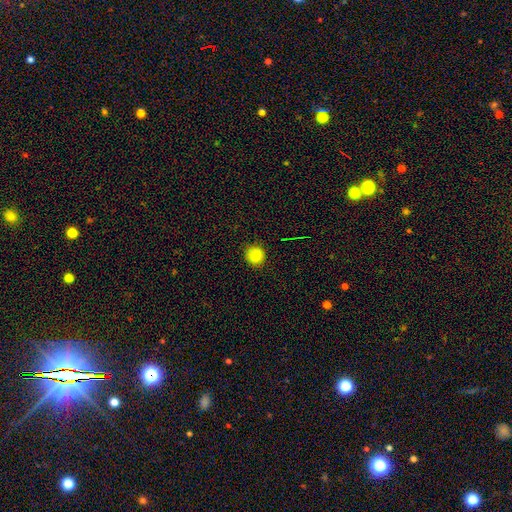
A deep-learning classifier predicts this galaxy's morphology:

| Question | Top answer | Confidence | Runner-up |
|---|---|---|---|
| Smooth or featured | smooth | 82% | star or artifact (11%) |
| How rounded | round | 92% | in between (7%) |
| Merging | none | 90% | minor disturbance (7%) |